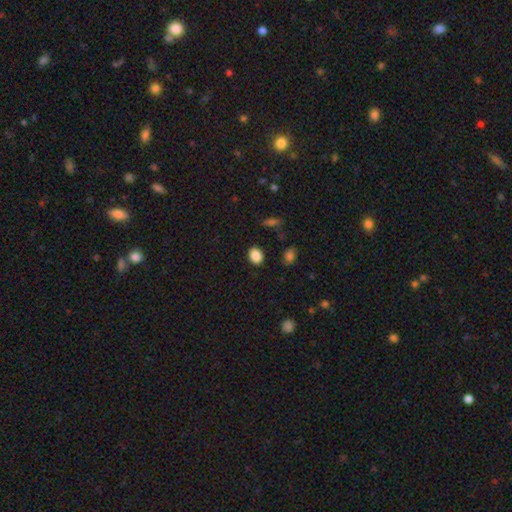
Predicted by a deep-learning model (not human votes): Smooth or featured? smooth (87%)
How rounded? in between (64%)
Merging? none (87%)